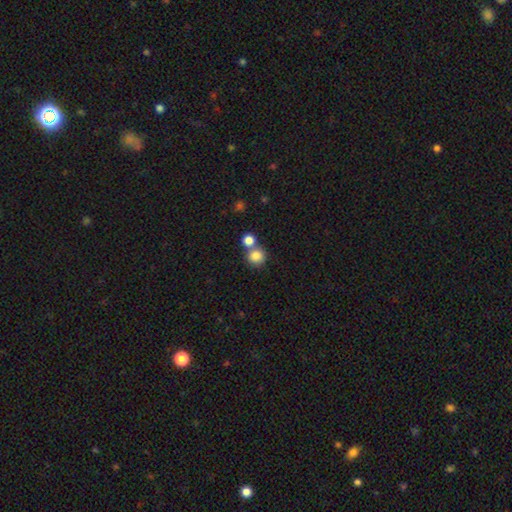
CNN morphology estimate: smooth 83%, star or artifact 11%, featured or disk 6%. Down the decision tree: how rounded — round (89%); merging — none (58%).